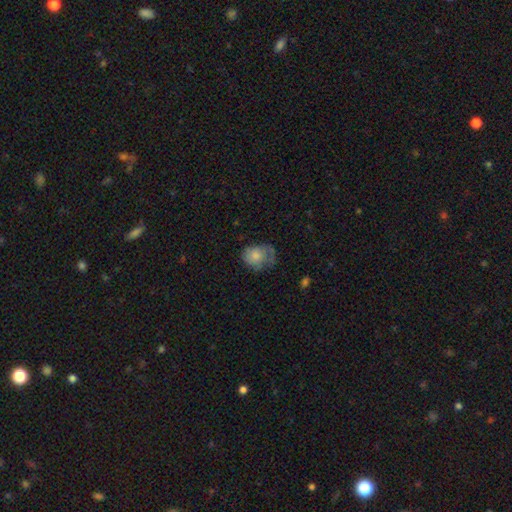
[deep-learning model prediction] This appears to be a smooth galaxy with no disk features (73%) that is round (51%). Merging: none (39%).